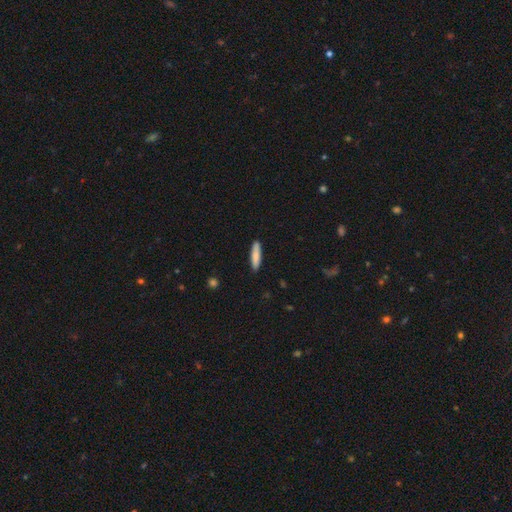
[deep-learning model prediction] This is clearly a smooth galaxy (83%). How rounded: clearly cigar-shaped (82%). Merging: clearly none (90%).